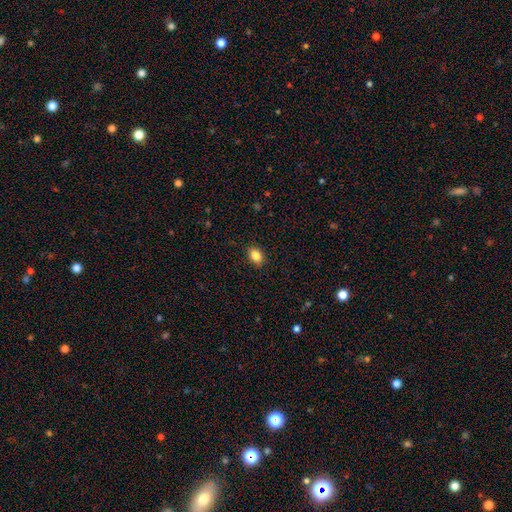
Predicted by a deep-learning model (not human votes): This is clearly a smooth galaxy (85%). How rounded: likely in between (71%). Merging: clearly none (89%).